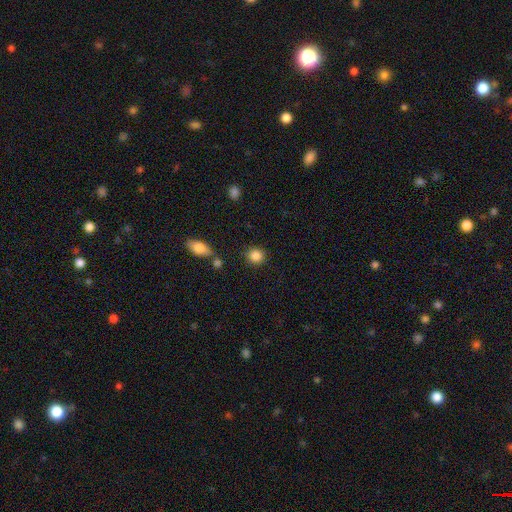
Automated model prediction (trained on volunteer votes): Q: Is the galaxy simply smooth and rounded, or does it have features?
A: smooth — 87%.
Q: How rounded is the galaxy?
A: round — 89%.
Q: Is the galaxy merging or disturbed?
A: none — 84%.